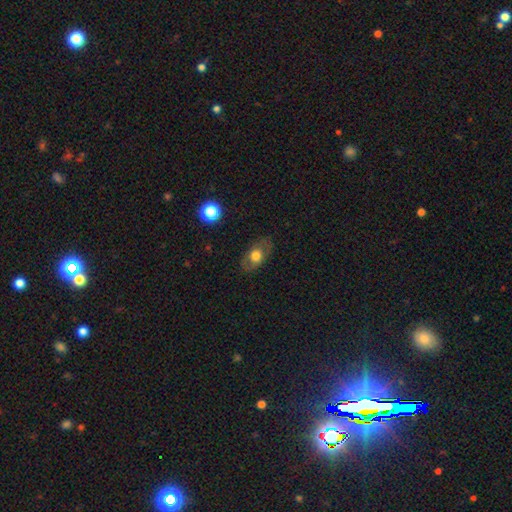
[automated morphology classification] Smooth or featured?
  - smooth: 58% *
  - featured or disk: 34%
  - star or artifact: 8%
How rounded?
  - in between: 78% *
  - round: 20%
  - cigar-shaped: 2%
Merging?
  - none: 79% *
  - minor disturbance: 14%
  - major disturbance: 6%
  - merger: 1%